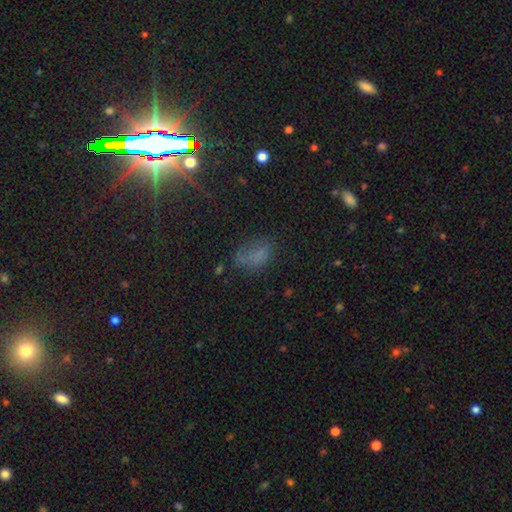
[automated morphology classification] type=smooth (58%); roundness=in between (86%); merging=none (48%).